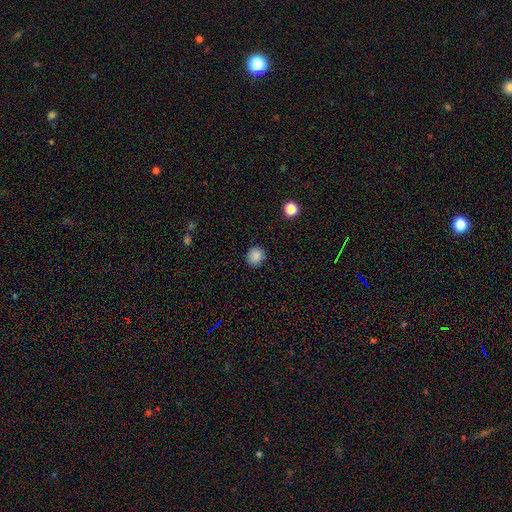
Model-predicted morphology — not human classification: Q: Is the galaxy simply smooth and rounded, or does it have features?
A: smooth — 87%.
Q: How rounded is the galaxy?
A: round — 87%.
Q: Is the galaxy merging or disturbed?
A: none — 90%.